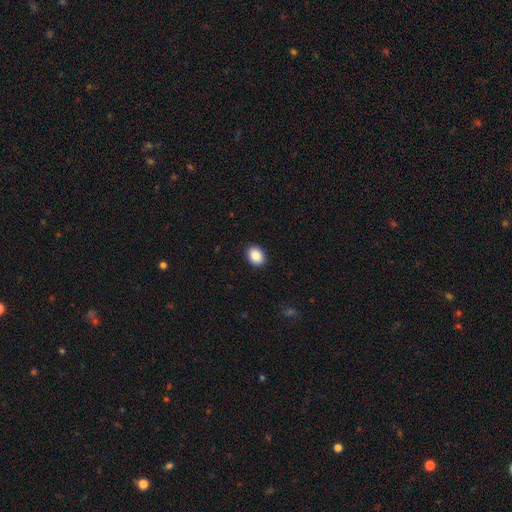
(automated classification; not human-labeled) Q: Smooth or featured?
A: smooth (88%); runner-up: star or artifact (8%)
Q: How rounded?
A: in between (58%); runner-up: round (41%)
Q: Merging?
A: none (91%); runner-up: minor disturbance (6%)